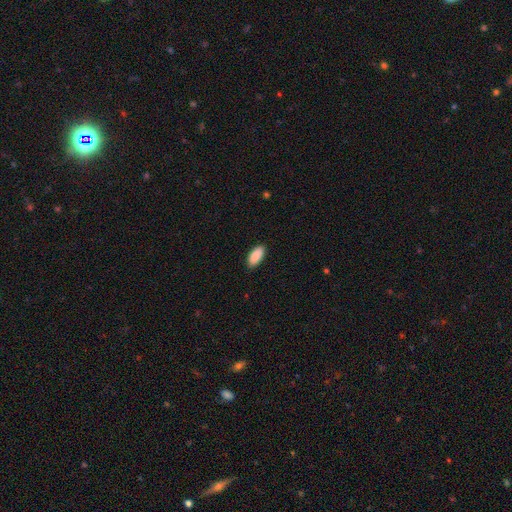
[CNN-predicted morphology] A smooth galaxy with no disk features (91%) that is in between round and cigar-shaped (90%).

Vote fractions:
- Smooth or featured? smooth: 91% / star or artifact: 6% / featured or disk: 3%
- How rounded? in between: 90% / cigar-shaped: 8% / round: 2%
- Merging? none: 87% / minor disturbance: 10% / major disturbance: 2% / merger: 1%